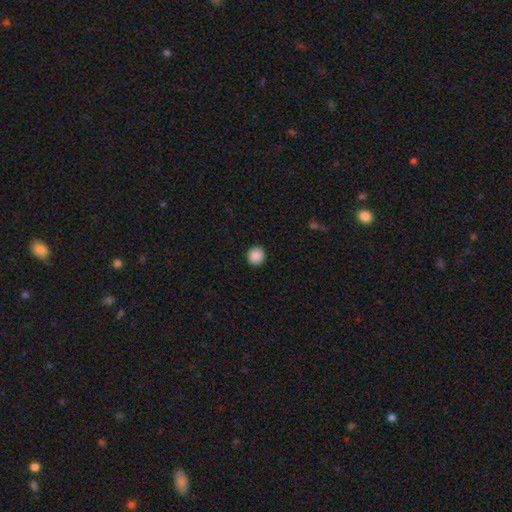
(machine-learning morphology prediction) The model was most divided on "smooth or featured": smooth: 89%, star or artifact: 9%, featured or disk: 3%. More confident: how rounded — round (92%); merging — none (91%).